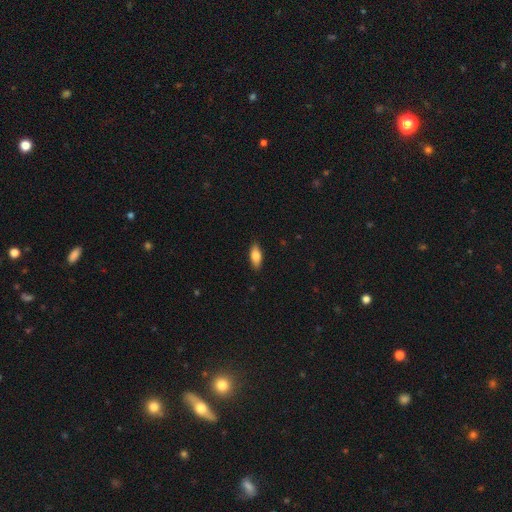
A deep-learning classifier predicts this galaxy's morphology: This appears to be a smooth galaxy with no disk features (80%) that is in between round and cigar-shaped (82%). Merging: none (88%).